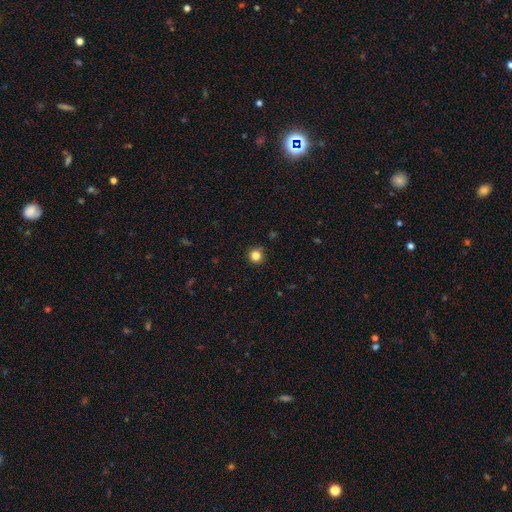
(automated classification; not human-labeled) This is clearly a smooth galaxy (83%). How rounded: clearly round (94%). Merging: clearly none (87%).